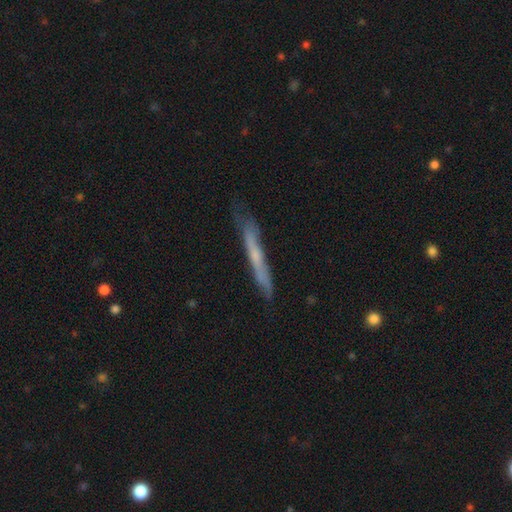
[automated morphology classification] Q: Smooth or featured?
A: featured or disk (51%); runner-up: smooth (42%)
Q: Edge-on disk?
A: yes (88%); runner-up: no (12%)
Q: Merging?
A: none (73%); runner-up: minor disturbance (21%)